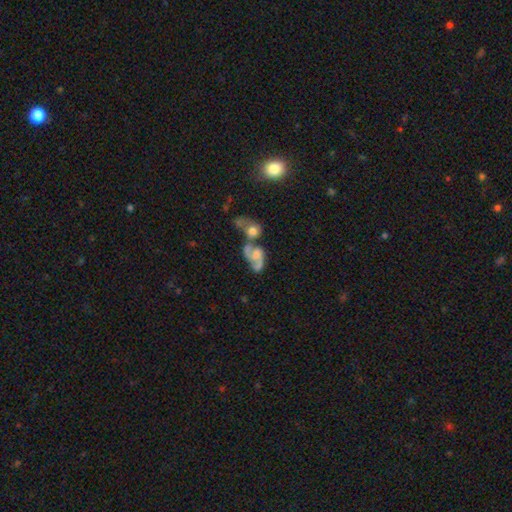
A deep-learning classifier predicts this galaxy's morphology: smooth-or-featured: featured or disk: 70% | smooth: 22% | star or artifact: 9%
  disk-edge-on: no: 97% | yes: 3%
    bar: no: 62% | weak: 30% | strong: 7%
    has-spiral-arms: yes: 85% | no: 15%
      spiral-winding: medium: 44% | loose: 41% | tight: 16%
      spiral-arm-count: 2: 80% | can't tell: 8% | 1: 7% | 3: 3% | 4: 1% | more than 4: 1%
    bulge-size: none: 37% | moderate: 26% | small: 24% | large: 10% | dominant: 2%
  merging: merger: 57% | none: 19% | major disturbance: 13% | minor disturbance: 10%